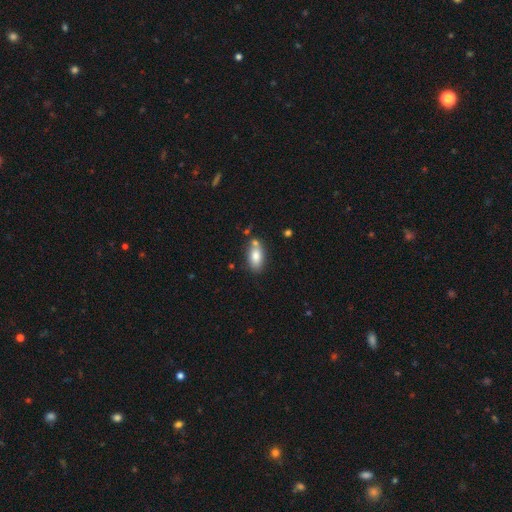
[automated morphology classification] This appears to be a smooth galaxy with no disk features (79%) that is in between round and cigar-shaped (90%). Merging: none (62%).